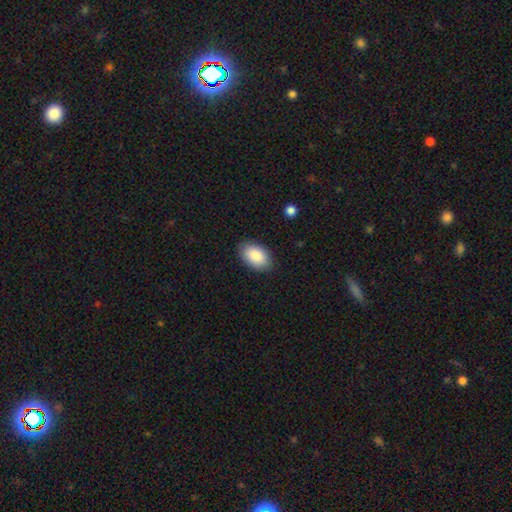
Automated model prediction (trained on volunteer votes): Q: Smooth or featured?
A: smooth (89%); runner-up: star or artifact (6%)
Q: How rounded?
A: in between (93%); runner-up: round (6%)
Q: Merging?
A: none (87%); runner-up: minor disturbance (10%)